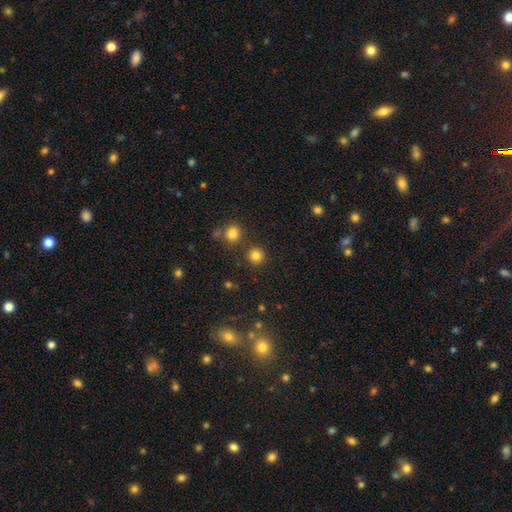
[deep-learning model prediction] Overall: smooth (81%). How rounded: round (93%). Merging: none (84%).